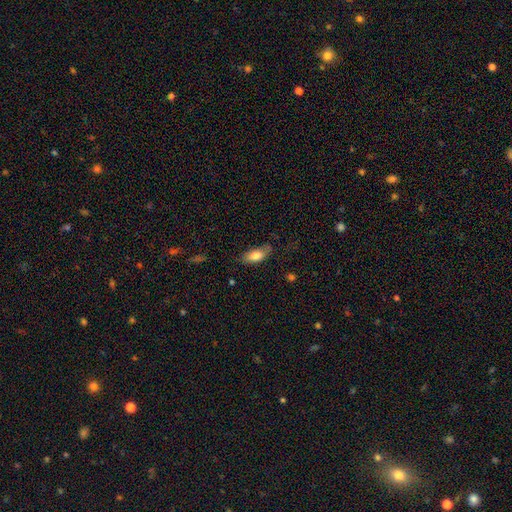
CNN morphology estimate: type=smooth (80%); roundness=in between (83%); merging=none (69%).